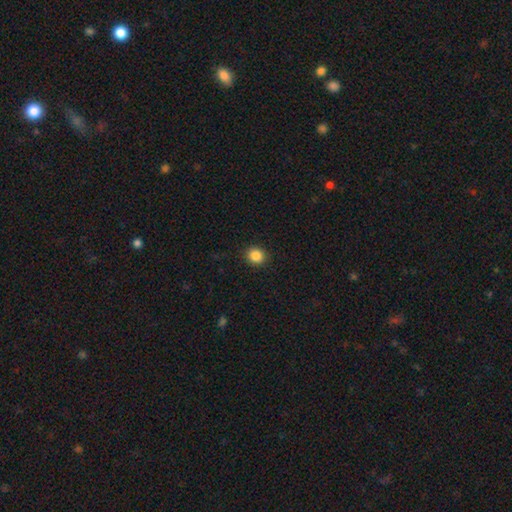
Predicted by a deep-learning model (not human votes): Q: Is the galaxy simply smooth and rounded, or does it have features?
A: smooth — 87%.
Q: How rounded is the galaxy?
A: round — 83%.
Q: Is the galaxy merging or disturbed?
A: none — 91%.